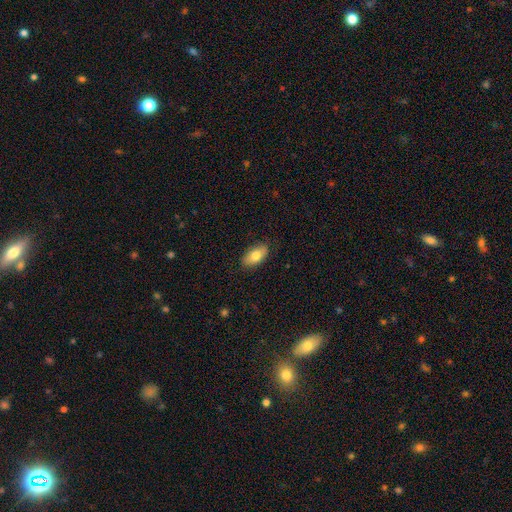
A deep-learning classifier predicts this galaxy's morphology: type=smooth (79%); roundness=in between (91%); merging=none (86%).